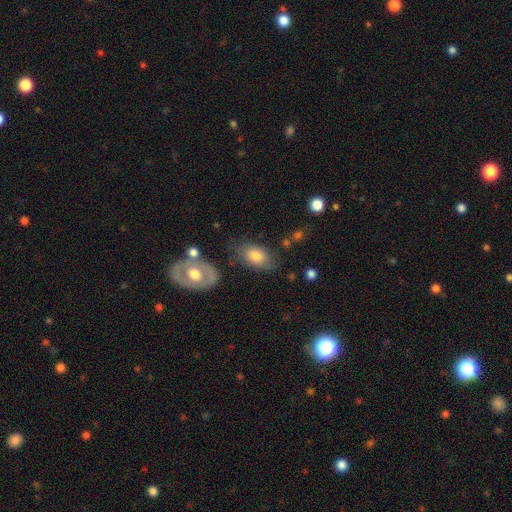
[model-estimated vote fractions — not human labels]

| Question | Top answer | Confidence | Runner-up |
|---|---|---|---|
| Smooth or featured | smooth | 73% | featured or disk (19%) |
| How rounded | in between | 87% | round (11%) |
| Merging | none | 63% | minor disturbance (22%) |